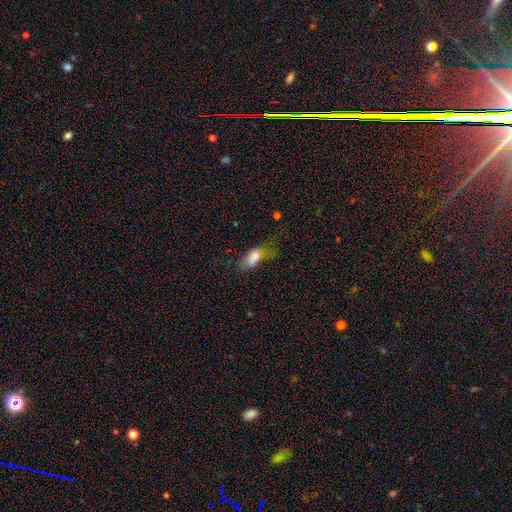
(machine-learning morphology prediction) The model was most divided on "merging": none: 36%, major disturbance: 31%, minor disturbance: 28%, merger: 4%. More confident: how rounded — in between (82%); smooth or featured — smooth (73%).